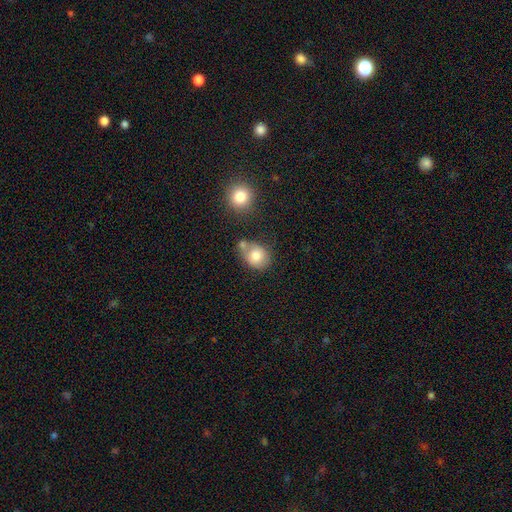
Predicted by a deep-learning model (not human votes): A smooth galaxy with no disk features (79%) that is round (59%). Merging: none (45%).